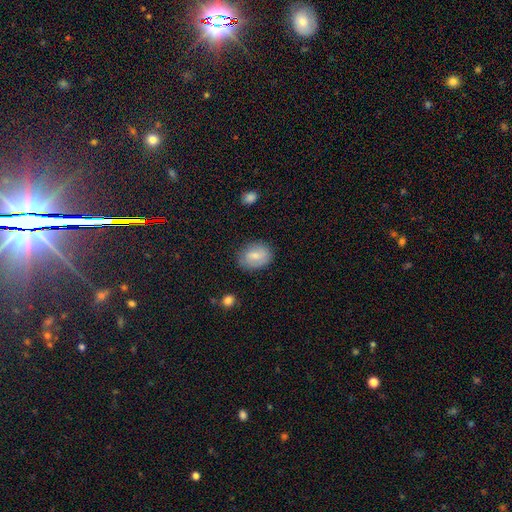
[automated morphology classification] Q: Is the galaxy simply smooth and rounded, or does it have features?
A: smooth — 73%.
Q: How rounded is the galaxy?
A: in between — 66%.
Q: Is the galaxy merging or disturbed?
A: none — 80%.